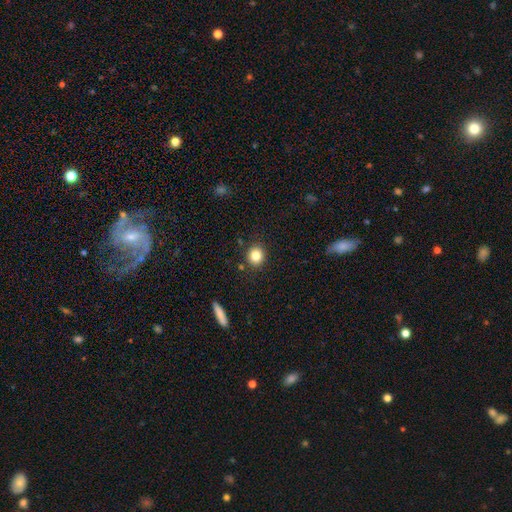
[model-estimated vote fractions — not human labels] The model was most divided on "how rounded": round: 85%, in between: 14%, cigar-shaped: 1%. More confident: merging — none (88%); smooth or featured — smooth (83%).